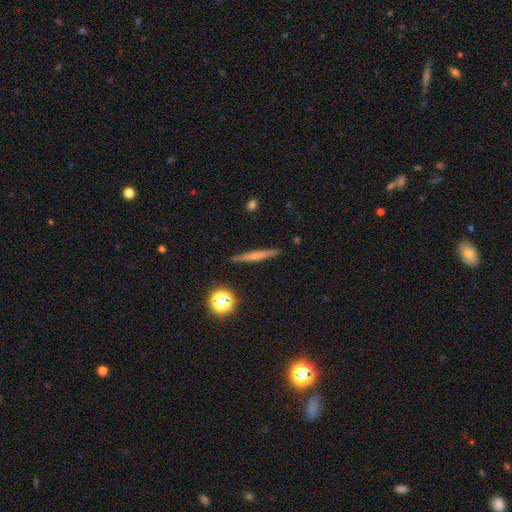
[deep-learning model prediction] The model was most divided on "smooth or featured": smooth: 46%, featured or disk: 44%, star or artifact: 10%. More confident: merging — none (90%).